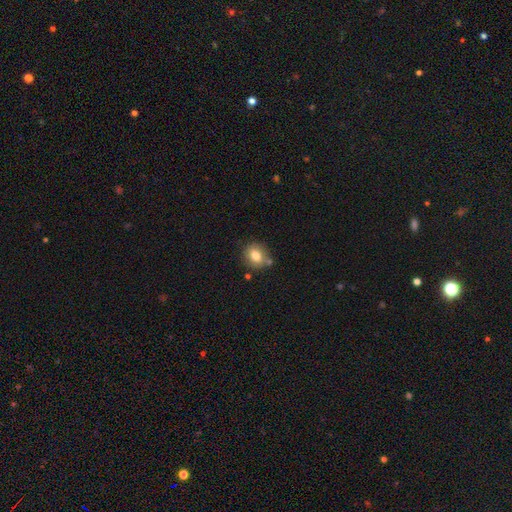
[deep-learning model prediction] A smooth galaxy with no disk features (78%) that is round (70%). Merging: none (75%).